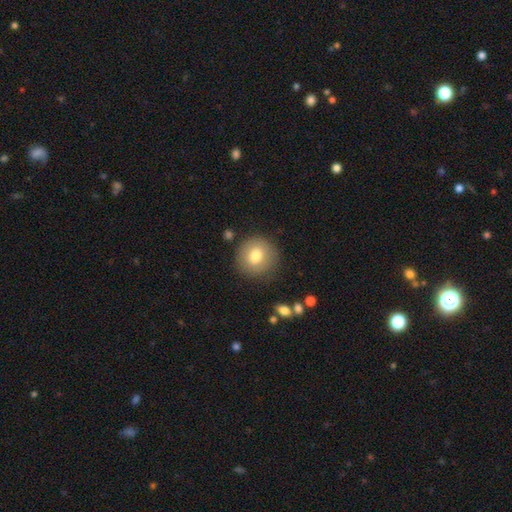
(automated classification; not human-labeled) A smooth galaxy with no disk features (76%) that is round (90%). Merging: none (82%).